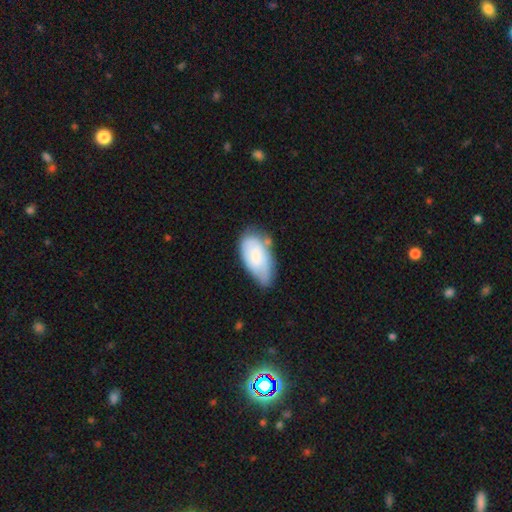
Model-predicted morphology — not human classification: A smooth galaxy with no disk features (65%) that is in between round and cigar-shaped (94%).

Vote fractions:
- Smooth or featured? smooth: 65% / featured or disk: 28% / star or artifact: 7%
- How rounded? in between: 94% / cigar-shaped: 3% / round: 3%
- Merging? none: 47% / minor disturbance: 37% / major disturbance: 9% / merger: 6%